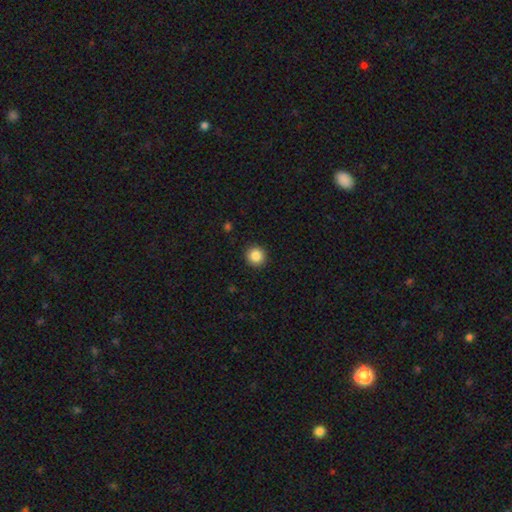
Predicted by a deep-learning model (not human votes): smooth_or_featured: smooth (p=0.86) [alt: star or artifact p=0.10]
how_rounded: round (p=0.94) [alt: in between p=0.05]
merging: none (p=0.92) [alt: minor disturbance p=0.05]